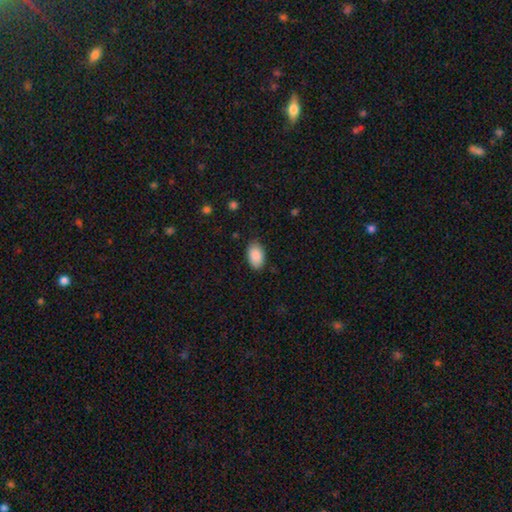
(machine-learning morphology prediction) Q: Smooth or featured?
A: smooth (90%); runner-up: star or artifact (6%)
Q: How rounded?
A: in between (92%); runner-up: round (7%)
Q: Merging?
A: none (83%); runner-up: minor disturbance (13%)